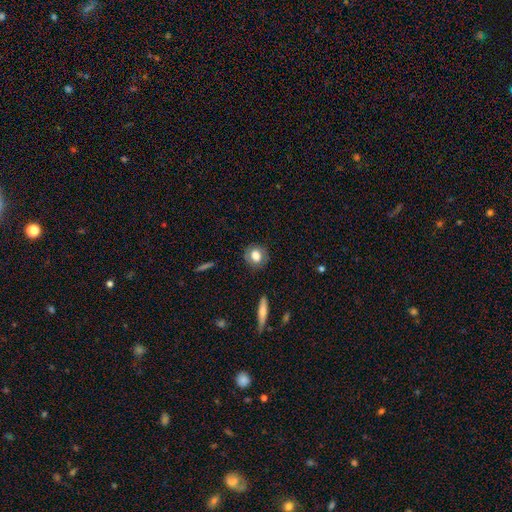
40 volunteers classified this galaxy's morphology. Volunteers were most divided on "smooth or featured": smooth: 62%, featured or disk: 35%, star or artifact: 2%. More confident: merging — none (82%); how rounded — round (80%).